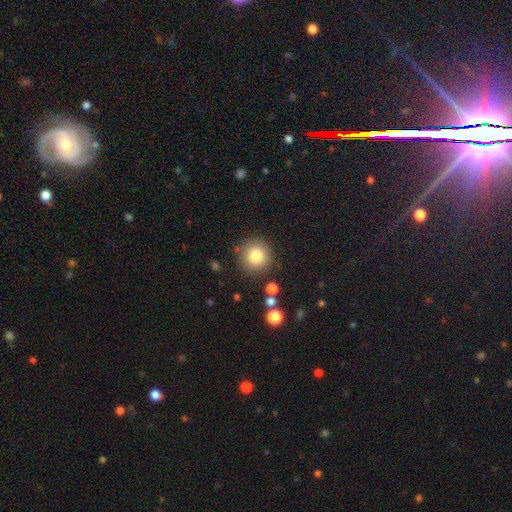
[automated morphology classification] Smooth or featured? smooth (82%)
How rounded? round (94%)
Merging? none (86%)